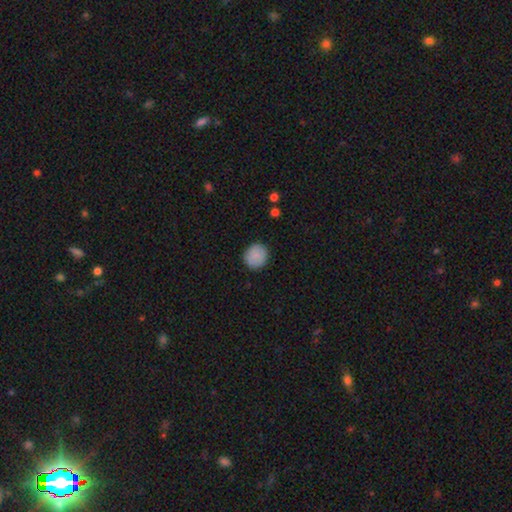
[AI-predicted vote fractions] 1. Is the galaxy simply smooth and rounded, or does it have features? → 88% smooth, 8% star or artifact, 5% featured or disk.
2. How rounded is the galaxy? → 87% round, 13% in between, 1% cigar-shaped.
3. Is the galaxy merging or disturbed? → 89% none, 8% minor disturbance, 2% major disturbance, 1% merger.